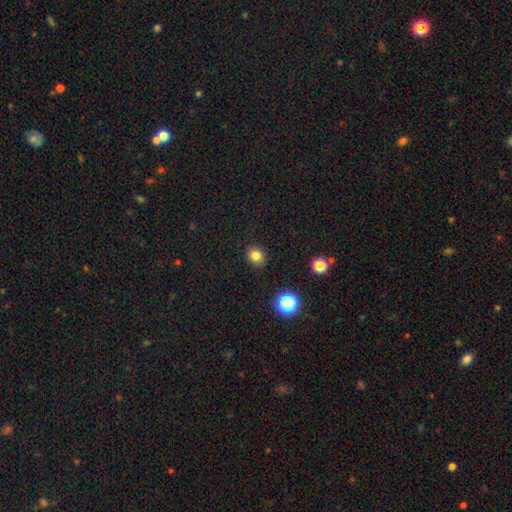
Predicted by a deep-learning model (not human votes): Smooth or featured? smooth (81%)
How rounded? round (74%)
Merging? none (89%)